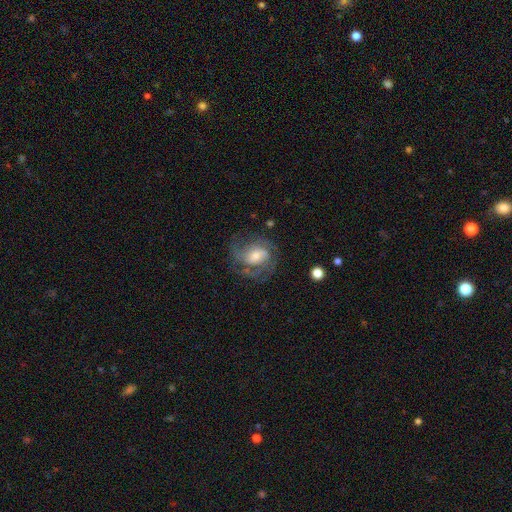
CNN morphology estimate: smooth_or_featured: featured or disk (p=0.78) [alt: smooth p=0.15]
disk_edge_on: no (p=0.98) [alt: yes p=0.02]
bar: no (p=0.50) [alt: weak p=0.40]
has_spiral_arms: yes (p=0.91) [alt: no p=0.09]
spiral_winding: medium (p=0.46) [alt: tight p=0.40]
spiral_arm_count: 2 (p=0.36) [alt: can't tell p=0.25]
bulge_size: moderate (p=0.48) [alt: small p=0.39]
merging: none (p=0.65) [alt: minor disturbance p=0.18]